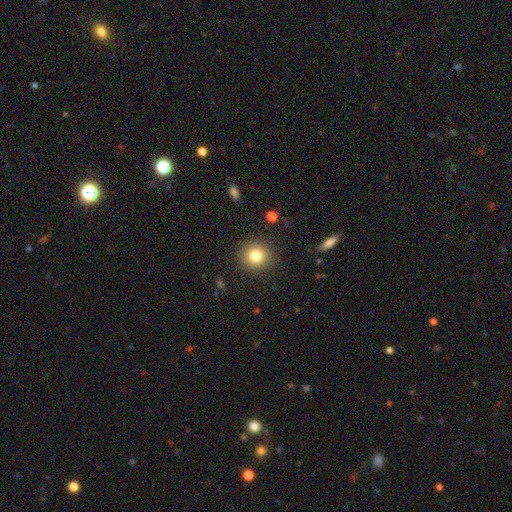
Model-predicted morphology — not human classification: This is clearly a smooth galaxy (81%). How rounded: clearly round (91%). Merging: clearly none (90%).